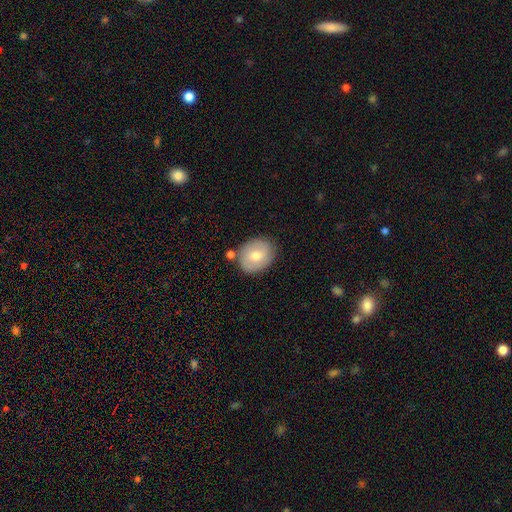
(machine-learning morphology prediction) The model was most divided on "how rounded": round: 52%, in between: 47%, cigar-shaped: 1%. More confident: merging — none (79%); smooth or featured — smooth (67%).